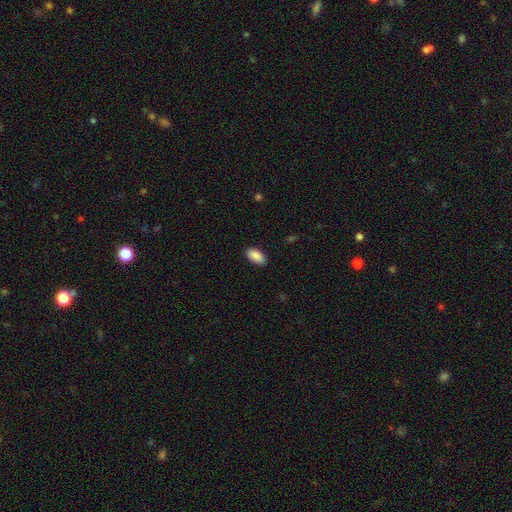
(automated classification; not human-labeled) Smooth or featured: smooth — 88% (star or artifact — 7%)
How rounded: in between — 93% (cigar-shaped — 4%)
Merging: none — 88% (minor disturbance — 9%)